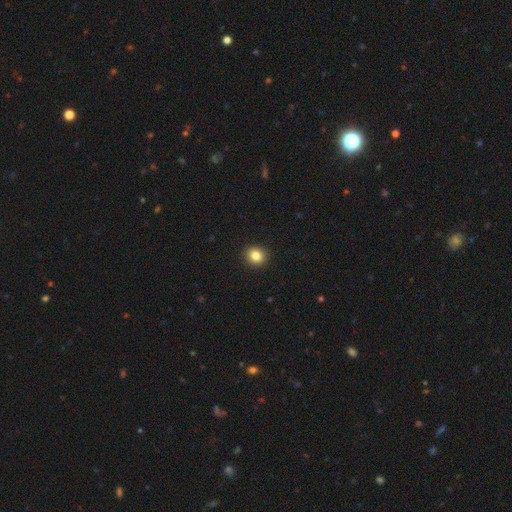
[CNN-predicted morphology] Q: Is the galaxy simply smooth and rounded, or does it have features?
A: smooth — 84%.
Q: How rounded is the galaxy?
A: round — 82%.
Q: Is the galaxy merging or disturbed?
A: none — 93%.